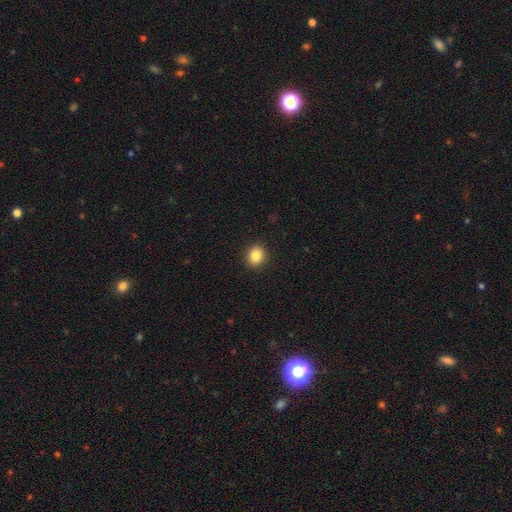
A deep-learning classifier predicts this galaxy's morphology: Smooth or featured: smooth — 85% (star or artifact — 10%)
How rounded: round — 82% (in between — 17%)
Merging: none — 92% (minor disturbance — 5%)